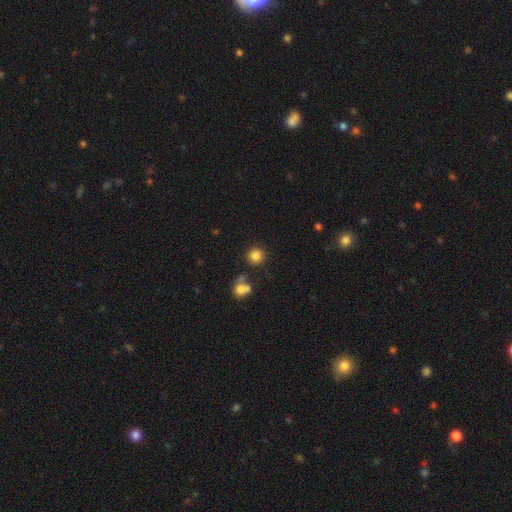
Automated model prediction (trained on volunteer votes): Smooth or featured? Predicted: smooth (p=0.84). How rounded? Predicted: round (p=0.90). Merging? Predicted: none (p=0.81).